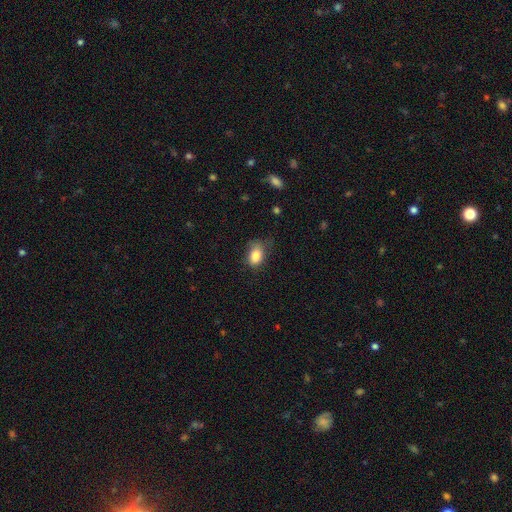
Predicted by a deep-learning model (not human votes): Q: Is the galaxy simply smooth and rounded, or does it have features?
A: smooth — 82%.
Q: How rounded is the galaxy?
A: in between — 79%.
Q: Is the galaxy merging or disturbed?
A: none — 52%.